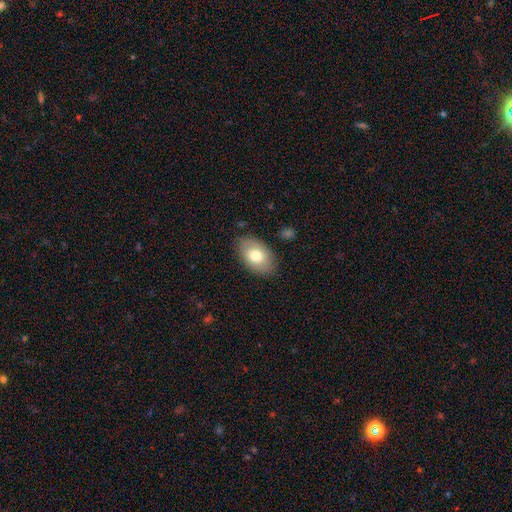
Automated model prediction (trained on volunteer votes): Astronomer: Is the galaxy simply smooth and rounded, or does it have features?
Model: smooth — 73%.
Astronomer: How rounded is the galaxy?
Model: in between — 91%.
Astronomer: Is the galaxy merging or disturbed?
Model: none — 83%.